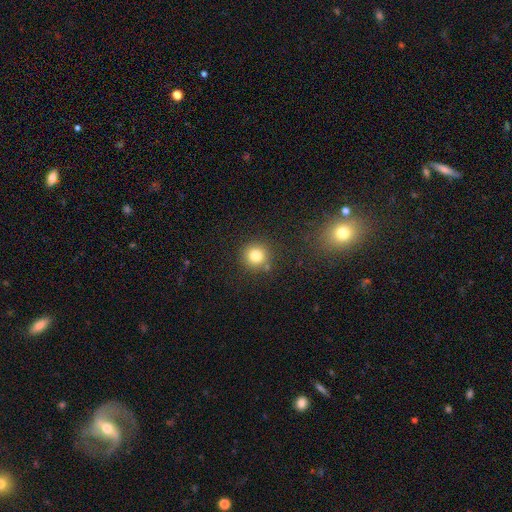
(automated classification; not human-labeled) smooth_or_featured: smooth (p=0.81) [alt: star or artifact p=0.13]
how_rounded: round (p=0.94) [alt: in between p=0.05]
merging: none (p=0.85) [alt: minor disturbance p=0.08]